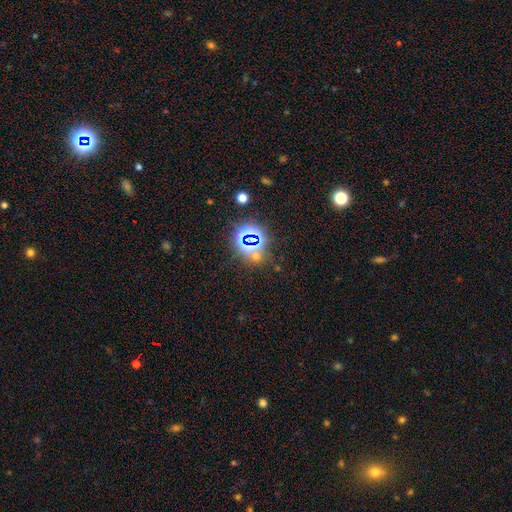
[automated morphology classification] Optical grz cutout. It shows a star or artifact, not a galaxy (66%).